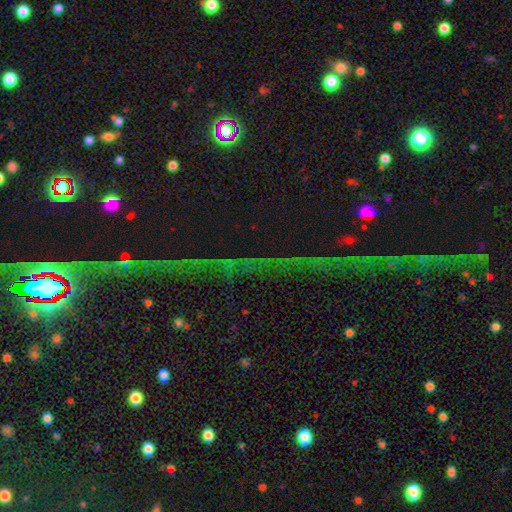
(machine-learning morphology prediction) A star or artifact, not a galaxy (77%).

Vote fractions:
- Smooth or featured? star or artifact: 77% / featured or disk: 13% / smooth: 10%